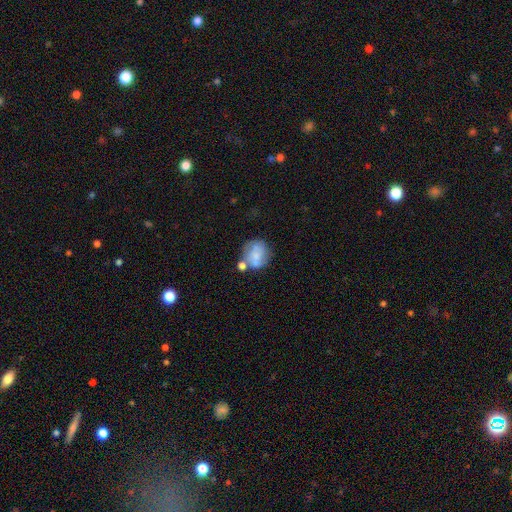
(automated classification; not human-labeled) This is possibly a smooth galaxy (60%). How rounded: likely round (62%). Merging: marginally none (38%).